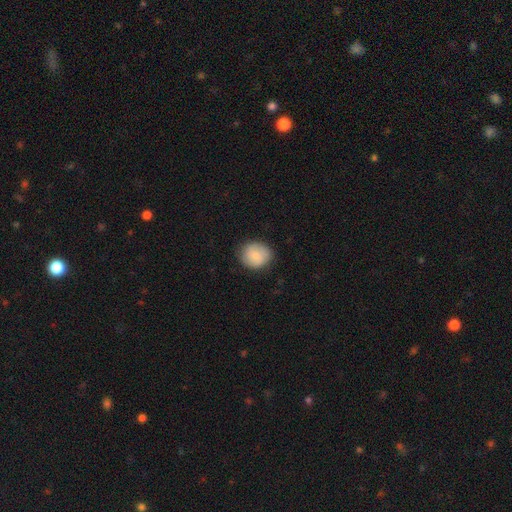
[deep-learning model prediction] Smooth or featured: smooth — 80% (featured or disk — 13%)
How rounded: round — 75% (in between — 24%)
Merging: none — 83% (minor disturbance — 13%)